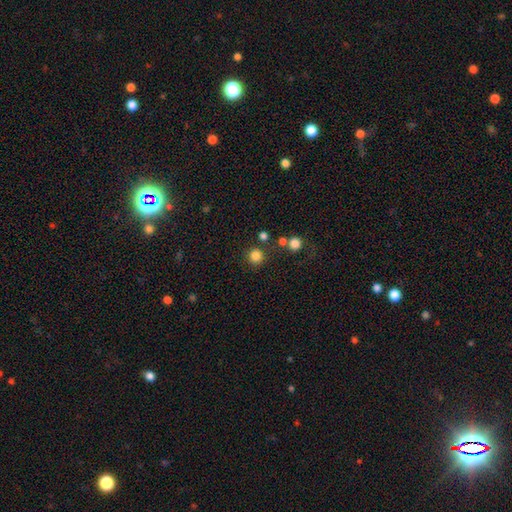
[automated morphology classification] smooth 83%, star or artifact 13%, featured or disk 4%. Down the decision tree: how rounded — round (94%); merging — none (84%).